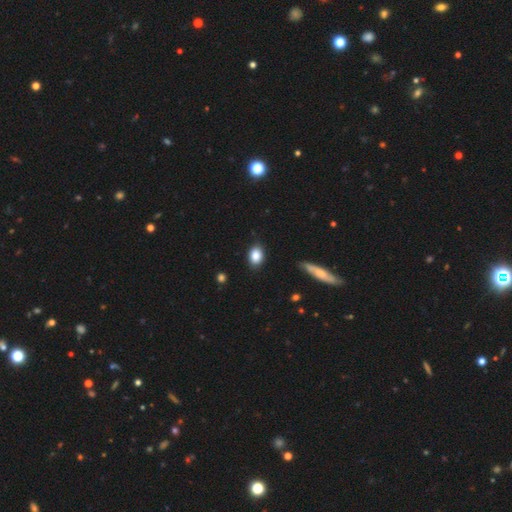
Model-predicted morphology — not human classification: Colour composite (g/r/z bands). It shows a smooth galaxy with no disk features (86%) that is in between round and cigar-shaped (77%). Merging: none (84%).